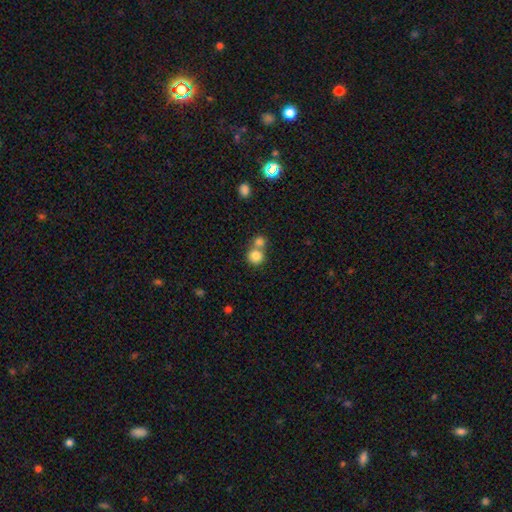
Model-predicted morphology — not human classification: The model was most divided on "merging": merger: 47%, none: 45%, minor disturbance: 6%, major disturbance: 3%. More confident: how rounded — round (89%); smooth or featured — smooth (82%).